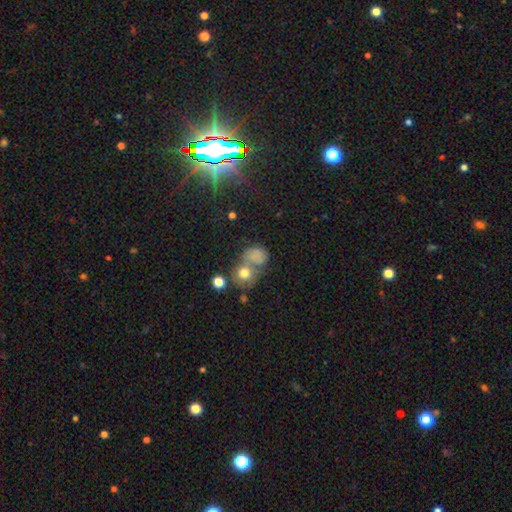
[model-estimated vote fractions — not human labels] Q: Smooth or featured?
A: smooth (65%); runner-up: featured or disk (20%)
Q: How rounded?
A: round (64%); runner-up: in between (34%)
Q: Merging?
A: merger (39%); runner-up: none (34%)